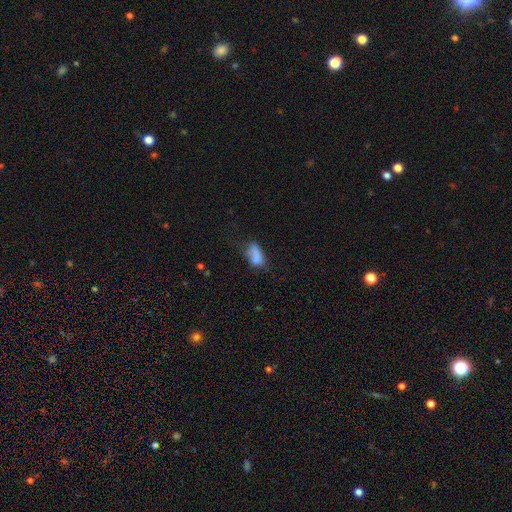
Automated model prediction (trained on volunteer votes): Smooth or featured? Predicted: smooth (p=0.74). How rounded? Predicted: in between (p=0.88). Merging? Predicted: none (p=0.38).